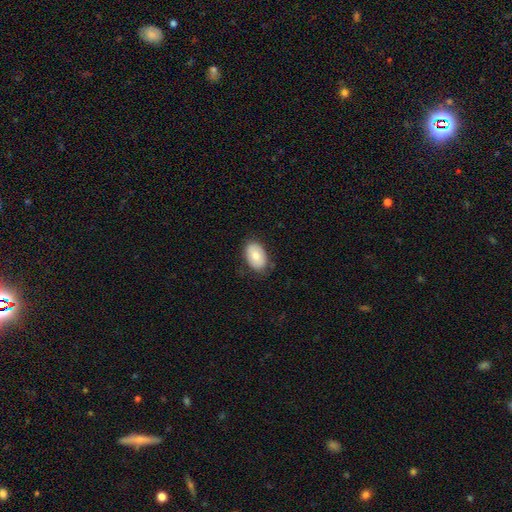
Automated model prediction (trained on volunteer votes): Smooth or featured? Predicted: smooth (p=0.78). How rounded? Predicted: in between (p=0.90). Merging? Predicted: none (p=0.77).